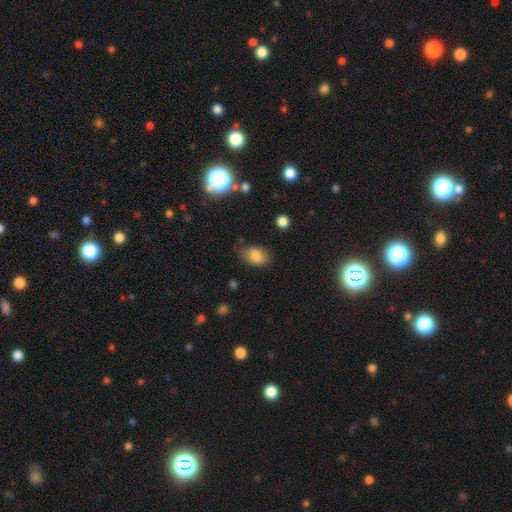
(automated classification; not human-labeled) This is clearly a smooth galaxy (83%). How rounded: likely in between (78%). Merging: likely none (71%).